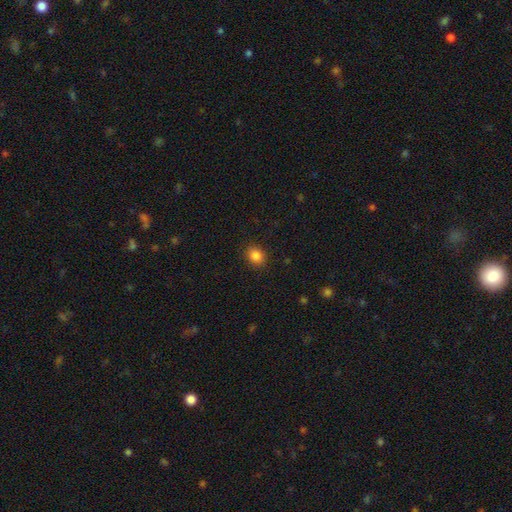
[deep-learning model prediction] A smooth galaxy with no disk features (85%) that is round (65%).

Vote fractions:
- Smooth or featured? smooth: 85% / star or artifact: 11% / featured or disk: 4%
- How rounded? round: 65% / in between: 34% / cigar-shaped: 1%
- Merging? none: 89% / minor disturbance: 8% / major disturbance: 2% / merger: 1%